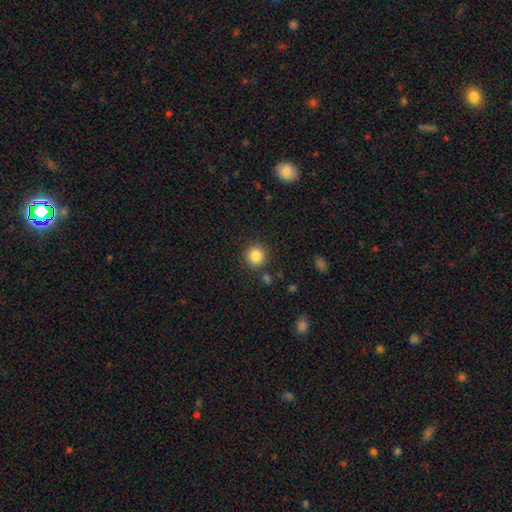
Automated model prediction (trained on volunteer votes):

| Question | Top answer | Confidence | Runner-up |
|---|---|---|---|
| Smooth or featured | smooth | 85% | star or artifact (10%) |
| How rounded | round | 94% | in between (5%) |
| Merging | none | 88% | minor disturbance (7%) |